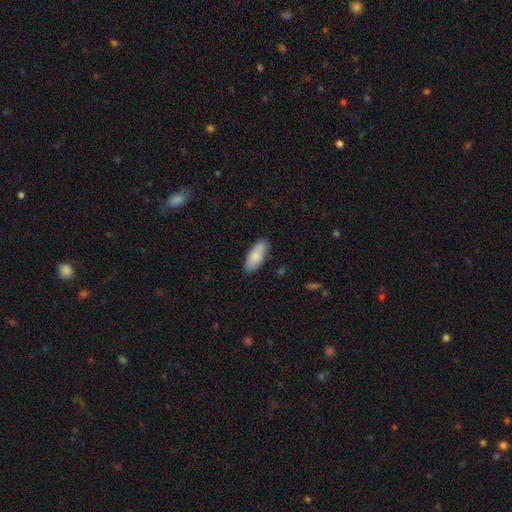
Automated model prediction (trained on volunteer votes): Smooth or featured? smooth (85%)
How rounded? in between (79%)
Merging? none (83%)